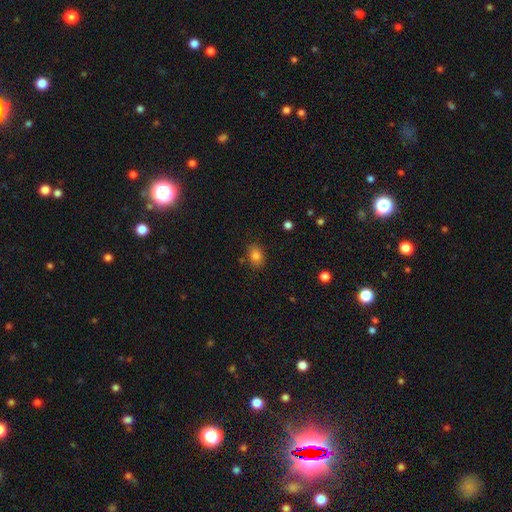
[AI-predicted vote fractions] Smooth or featured?
  - smooth: 81% *
  - star or artifact: 11%
  - featured or disk: 7%
How rounded?
  - in between: 66% *
  - round: 33%
  - cigar-shaped: 1%
Merging?
  - none: 82% *
  - minor disturbance: 12%
  - major disturbance: 3%
  - merger: 3%